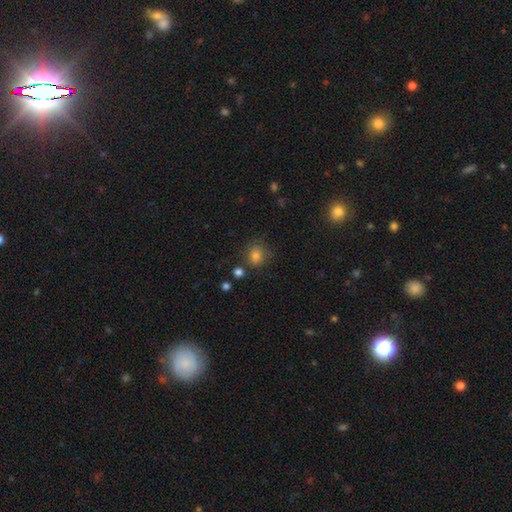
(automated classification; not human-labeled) This is clearly a smooth galaxy (80%). How rounded: likely round (69%). Merging: likely none (70%).